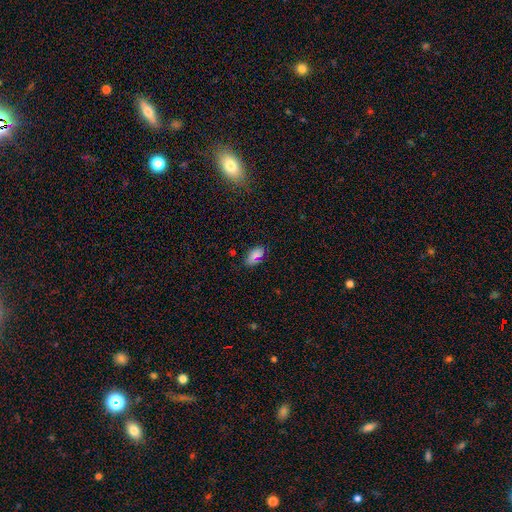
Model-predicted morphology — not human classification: Smooth or featured? smooth (76%)
How rounded? in between (91%)
Merging? none (75%)